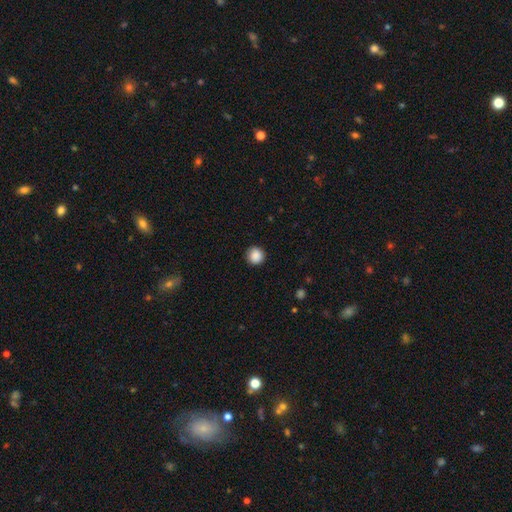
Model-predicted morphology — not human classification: The model was most divided on "smooth or featured": smooth: 88%, star or artifact: 9%, featured or disk: 3%. More confident: how rounded — round (94%); merging — none (89%).